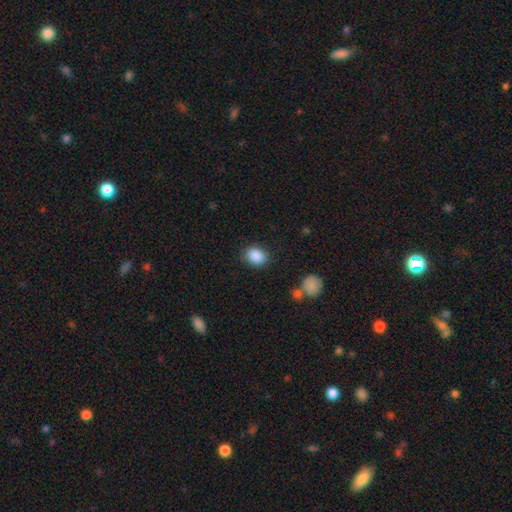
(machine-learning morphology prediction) smooth 89%, star or artifact 8%, featured or disk 3%. Down the decision tree: how rounded — in between (50%); merging — none (83%).